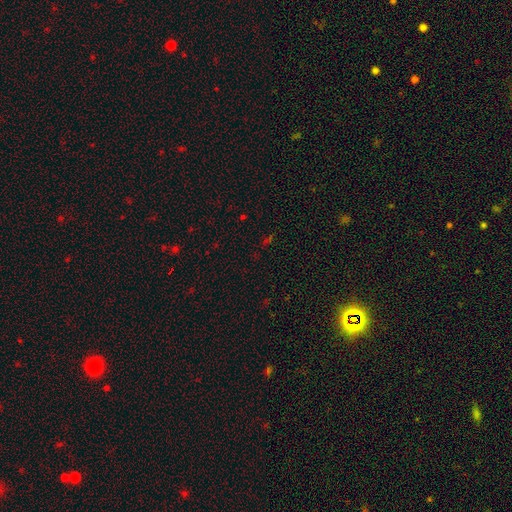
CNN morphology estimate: Smooth or featured: star or artifact — 67% (smooth — 25%)